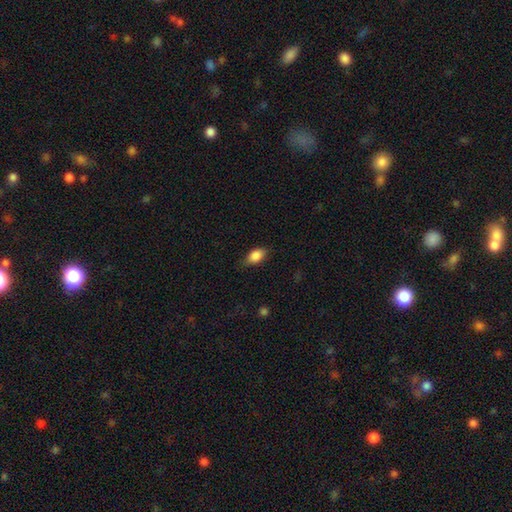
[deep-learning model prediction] A smooth galaxy with no disk features (86%) that is in between round and cigar-shaped (89%). Merging: none (76%).